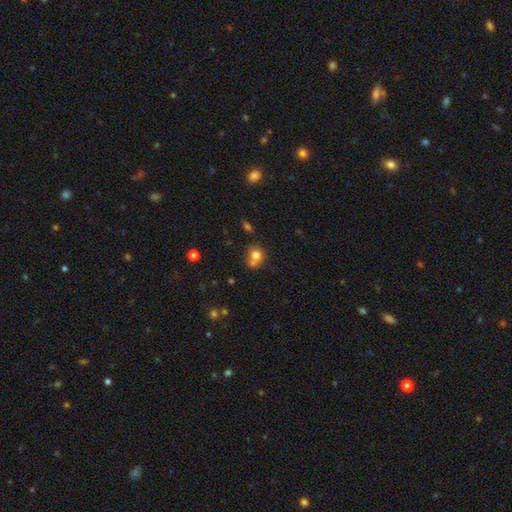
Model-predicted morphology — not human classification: smooth_or_featured: smooth (p=0.77) [alt: star or artifact p=0.12]
how_rounded: round (p=0.73) [alt: in between p=0.26]
merging: none (p=0.45) [alt: merger p=0.34]